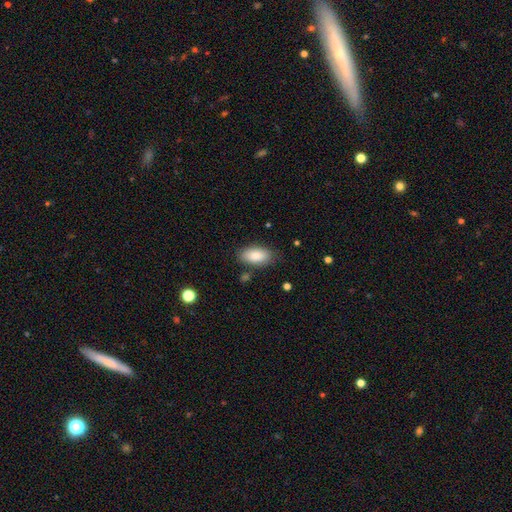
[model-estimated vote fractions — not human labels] This is clearly a smooth galaxy (85%). How rounded: clearly in between (92%). Merging: clearly none (81%).